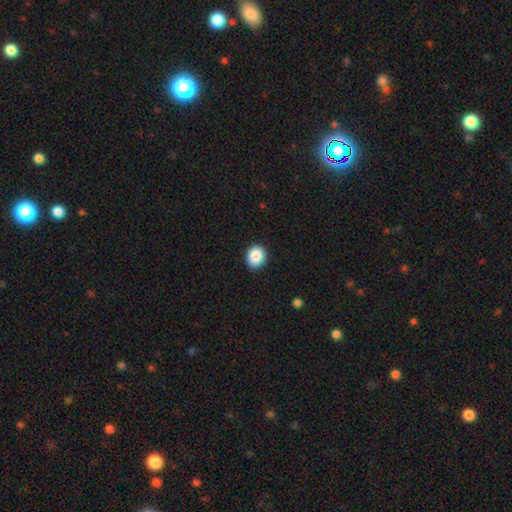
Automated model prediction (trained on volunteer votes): Morphology: type=smooth (88%); roundness=round (70%); merging=none (90%).